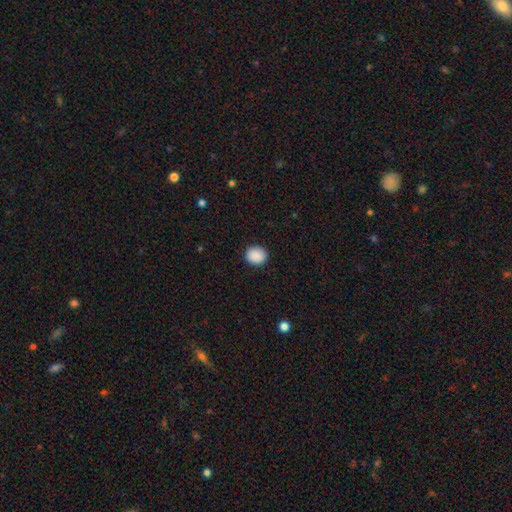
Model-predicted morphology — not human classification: smooth-or-featured: smooth: 90% | star or artifact: 8% | featured or disk: 3%
  how-rounded: round: 74% | in between: 25% | cigar-shaped: 1%
  merging: none: 90% | minor disturbance: 7% | major disturbance: 2% | merger: 1%